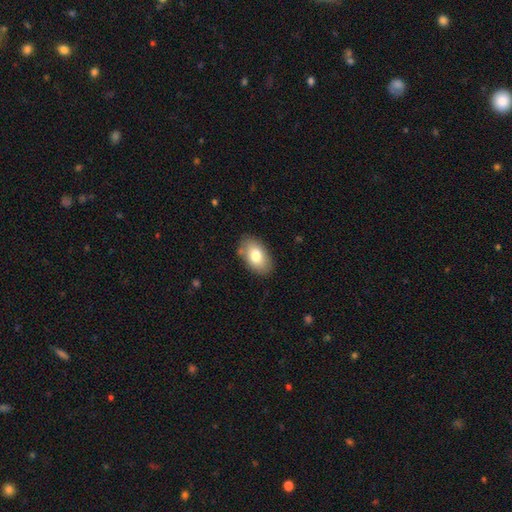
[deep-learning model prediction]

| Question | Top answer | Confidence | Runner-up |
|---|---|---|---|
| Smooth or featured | smooth | 79% | featured or disk (14%) |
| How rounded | in between | 93% | round (6%) |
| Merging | none | 83% | minor disturbance (13%) |